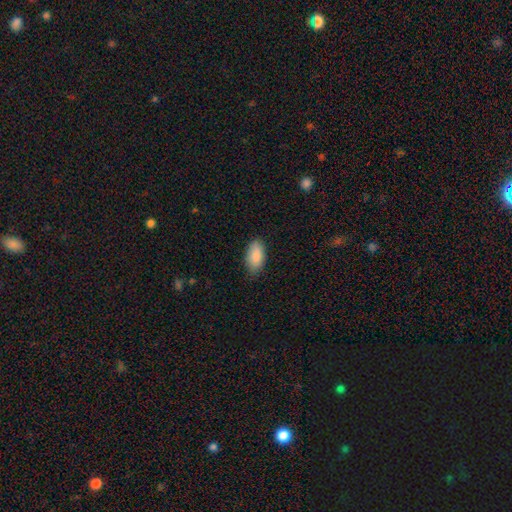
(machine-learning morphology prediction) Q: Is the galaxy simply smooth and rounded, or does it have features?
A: smooth — 89%.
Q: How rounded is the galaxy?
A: in between — 94%.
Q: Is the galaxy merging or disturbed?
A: none — 83%.